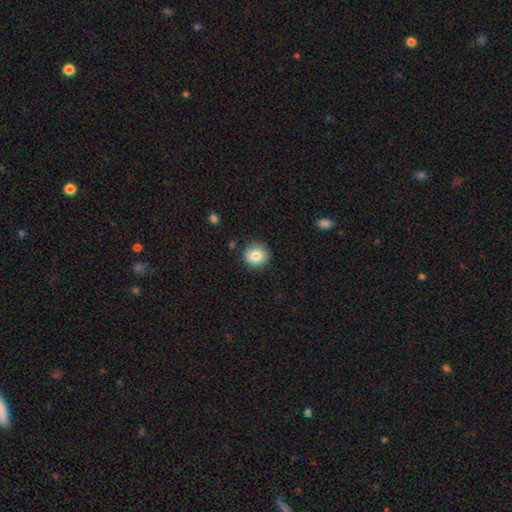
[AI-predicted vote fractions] Morphology: type=smooth (82%); roundness=round (91%); merging=none (89%).